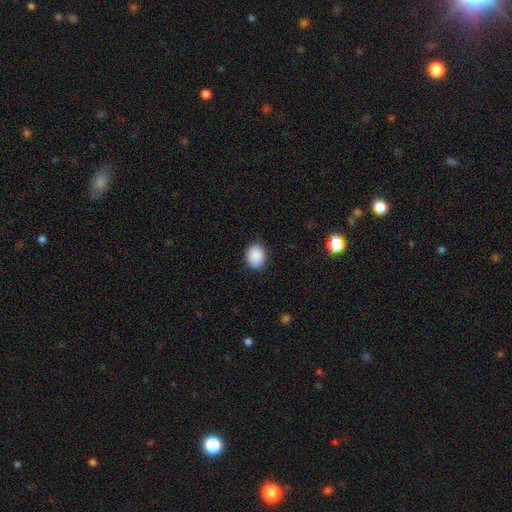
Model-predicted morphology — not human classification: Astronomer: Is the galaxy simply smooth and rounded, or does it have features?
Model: smooth — 90%.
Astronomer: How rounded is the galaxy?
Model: in between — 56% (runner-up: round, 43%).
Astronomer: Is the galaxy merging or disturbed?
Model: none — 86%.